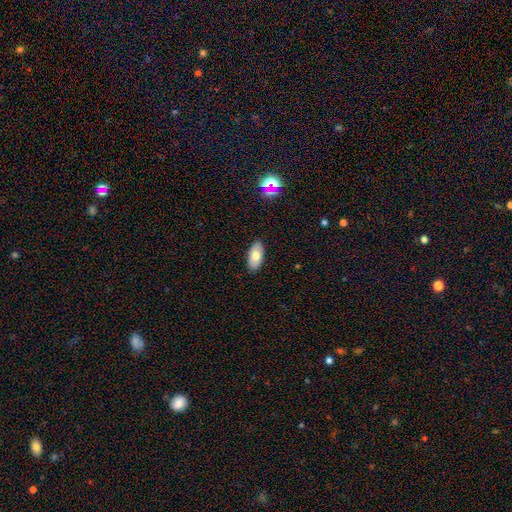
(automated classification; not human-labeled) The model was most divided on "smooth or featured": smooth: 73%, featured or disk: 19%, star or artifact: 8%. More confident: how rounded — in between (92%); merging — none (88%).